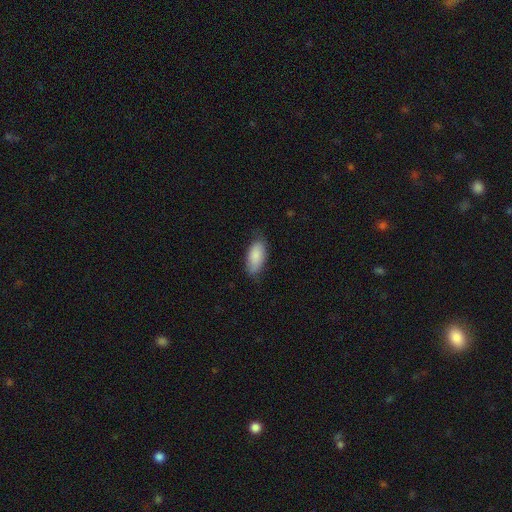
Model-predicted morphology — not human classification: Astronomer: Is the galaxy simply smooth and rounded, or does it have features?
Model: smooth — 87%.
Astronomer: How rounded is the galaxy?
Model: in between — 90%.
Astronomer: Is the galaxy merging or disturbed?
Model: none — 75%.